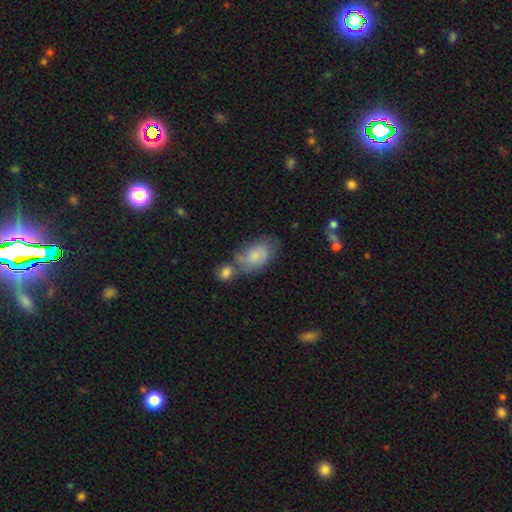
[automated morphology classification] The model was most divided on "merging": none: 39%, merger: 29%, minor disturbance: 22%, major disturbance: 10%. More confident: how rounded — in between (89%); smooth or featured — smooth (72%).